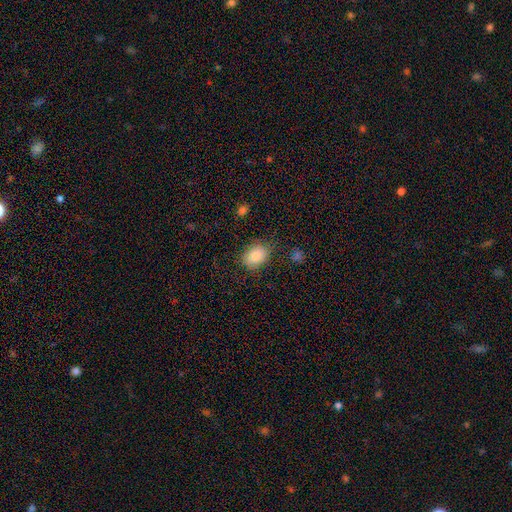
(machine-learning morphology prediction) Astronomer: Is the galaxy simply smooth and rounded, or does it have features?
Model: smooth — 85%.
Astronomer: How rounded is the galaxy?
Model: in between — 72%.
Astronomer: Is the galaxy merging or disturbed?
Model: none — 78%.